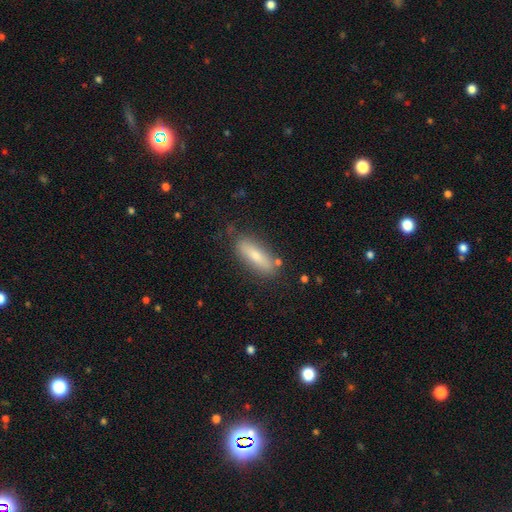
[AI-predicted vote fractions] smooth-or-featured: smooth: 70% | featured or disk: 23% | star or artifact: 7%
  how-rounded: cigar-shaped: 49% | in between: 48% | round: 2%
  merging: none: 80% | minor disturbance: 14% | major disturbance: 3% | merger: 3%